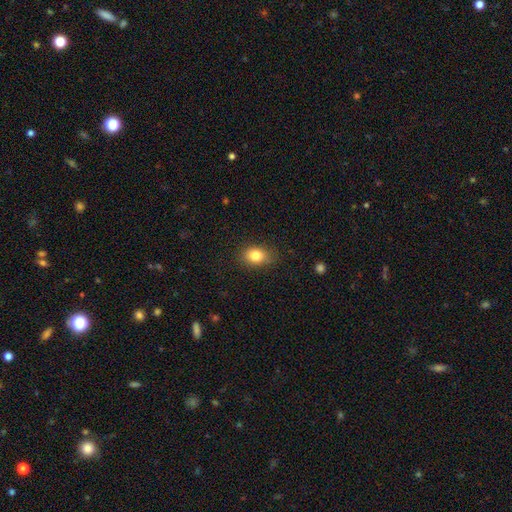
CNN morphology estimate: smooth_or_featured: smooth (p=0.82) [alt: star or artifact p=0.10]
how_rounded: in between (p=0.68) [alt: round p=0.31]
merging: none (p=0.82) [alt: minor disturbance p=0.14]